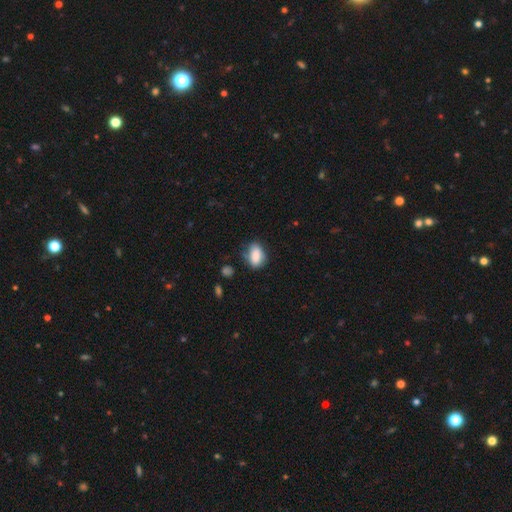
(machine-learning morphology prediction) Overall: smooth (84%). How rounded: in between (85%). Merging: none (62%; minor disturbance 26%).